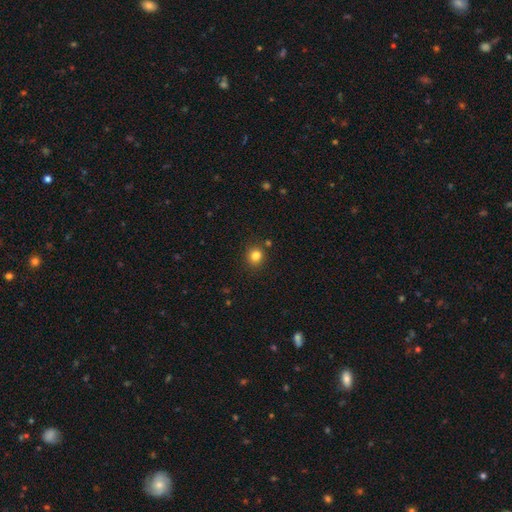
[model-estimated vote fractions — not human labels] Smooth or featured? smooth (82%)
How rounded? round (85%)
Merging? none (86%)